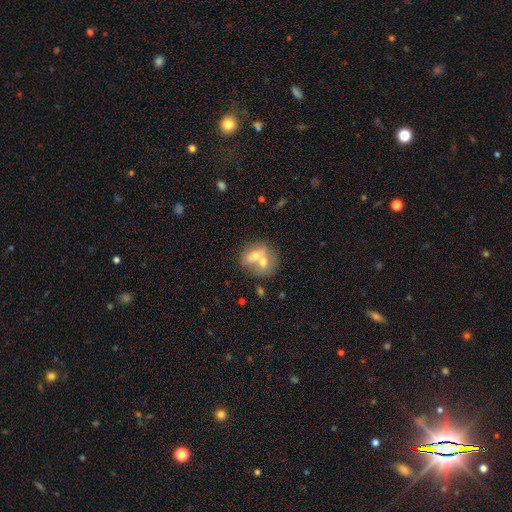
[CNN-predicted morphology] The model was most divided on "how rounded": round: 60%, in between: 39%, cigar-shaped: 2%. More confident: merging — merger (66%); smooth or featured — smooth (60%).